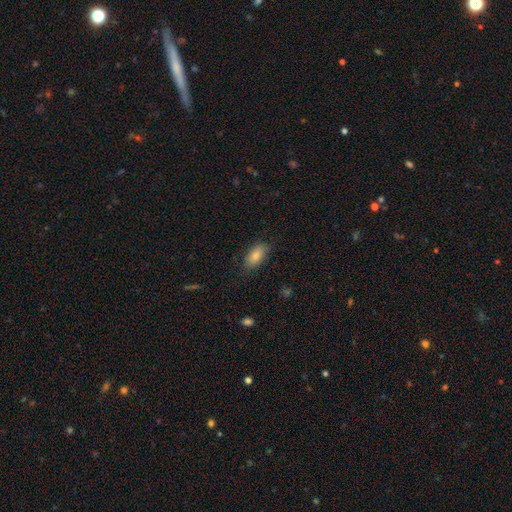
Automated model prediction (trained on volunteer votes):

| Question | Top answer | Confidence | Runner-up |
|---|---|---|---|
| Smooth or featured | smooth | 83% | featured or disk (10%) |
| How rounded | in between | 89% | cigar-shaped (8%) |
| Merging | none | 81% | minor disturbance (15%) |